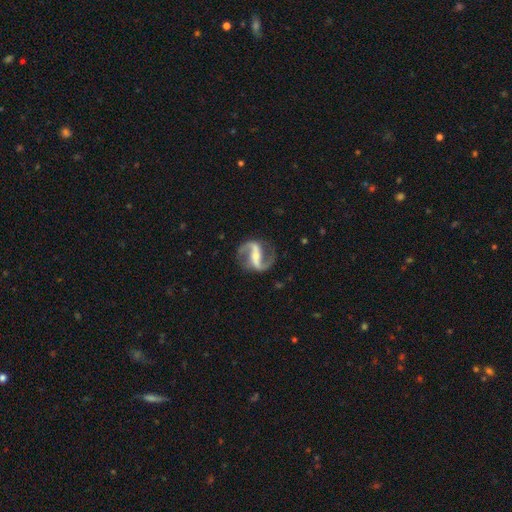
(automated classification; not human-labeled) Smooth or featured?
  - featured or disk: 92% *
  - star or artifact: 4%
  - smooth: 4%
Edge-on disk?
  - no: 97% *
  - yes: 3%
Bar?
  - strong: 62% *
  - weak: 25%
  - no: 13%
Spiral arms?
  - yes: 97% *
  - no: 3%
Spiral winding?
  - medium: 48% *
  - loose: 41%
  - tight: 11%
Spiral arm count?
  - 2: 94% *
  - 1: 2%
  - can't tell: 1%
  - 3: 1%
  - 4: 1%
  - more than 4: 1%
Bulge size?
  - small: 53% *
  - moderate: 36%
  - none: 6%
  - large: 3%
  - dominant: 1%
Merging?
  - none: 82% *
  - minor disturbance: 11%
  - major disturbance: 6%
  - merger: 2%